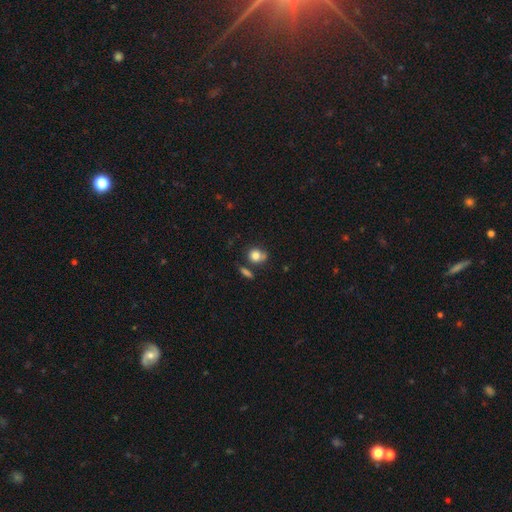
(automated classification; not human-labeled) A smooth galaxy with no disk features (81%) that is round (71%). Merging: none (56%).